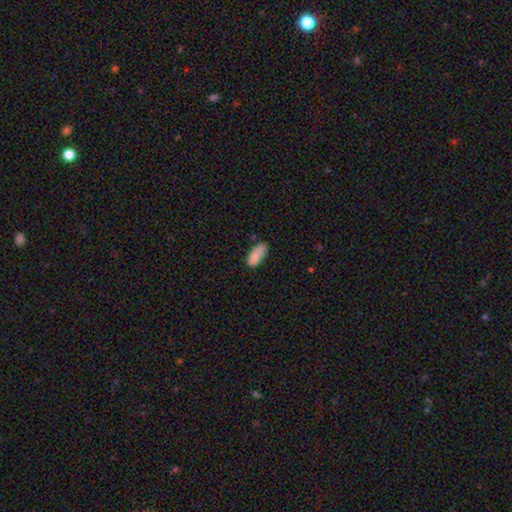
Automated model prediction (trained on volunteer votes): Smooth or featured? Predicted: smooth (p=0.85). How rounded? Predicted: in between (p=0.89). Merging? Predicted: none (p=0.59).